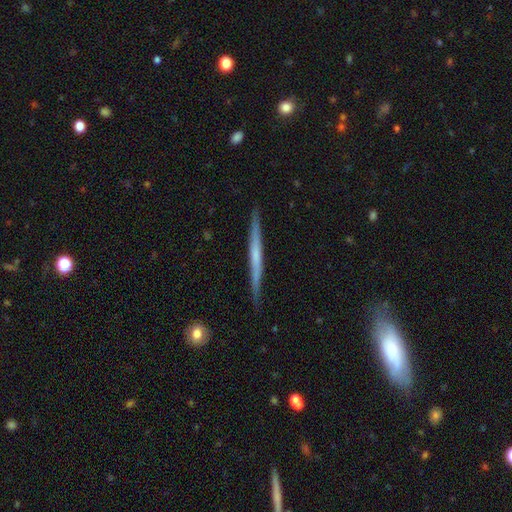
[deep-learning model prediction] Smooth or featured: featured or disk — 60% (smooth — 34%)
Edge-on disk: yes — 97% (no — 3%)
Edge-on bulge: none — 74% (rounded — 18%)
Merging: none — 90% (minor disturbance — 8%)